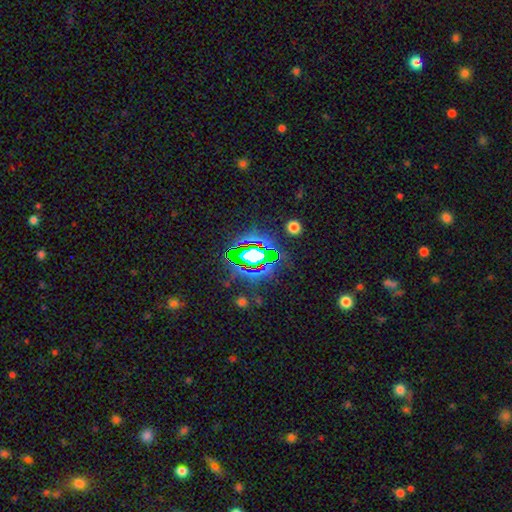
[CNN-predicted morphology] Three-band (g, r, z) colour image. It shows a star or artifact, not a galaxy (71%).